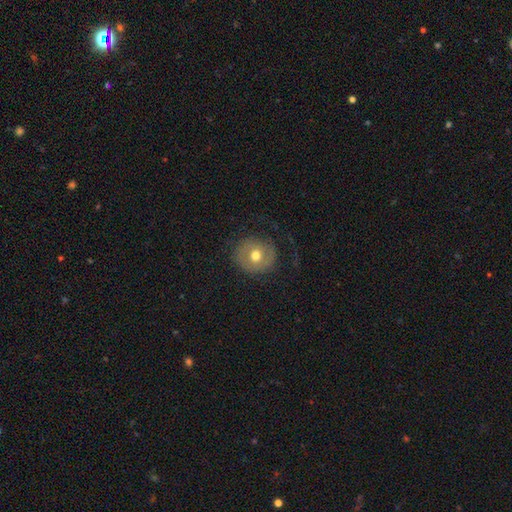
This appears to be a smooth galaxy with no disk features (61%) that is round (83%). Merging: none (66%).